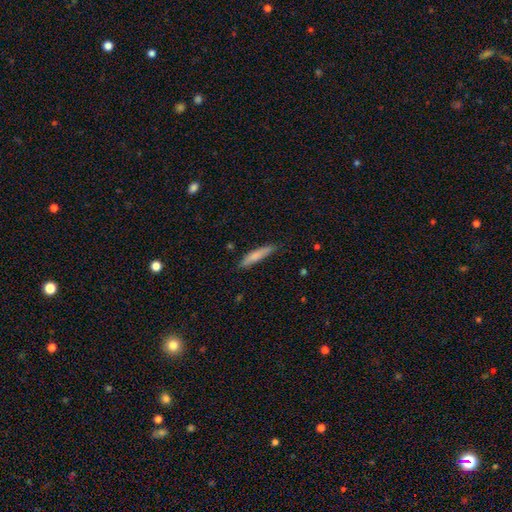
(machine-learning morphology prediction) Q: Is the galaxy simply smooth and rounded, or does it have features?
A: smooth — 77%.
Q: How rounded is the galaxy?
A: cigar-shaped — 86%.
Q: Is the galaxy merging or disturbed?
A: none — 79%.